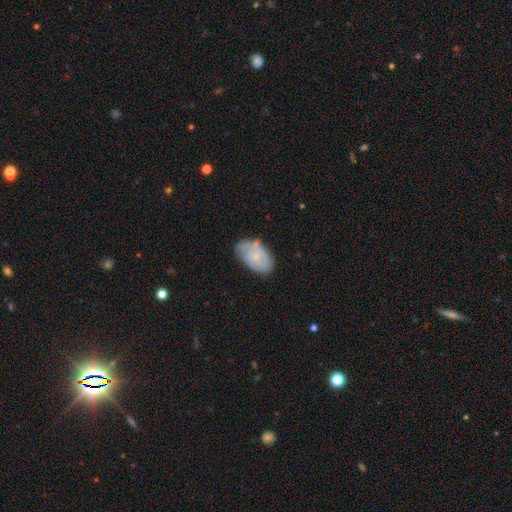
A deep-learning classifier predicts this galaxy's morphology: This appears to be a smooth galaxy with no disk features (53%) that is in between round and cigar-shaped (92%). Merging: none (54%).